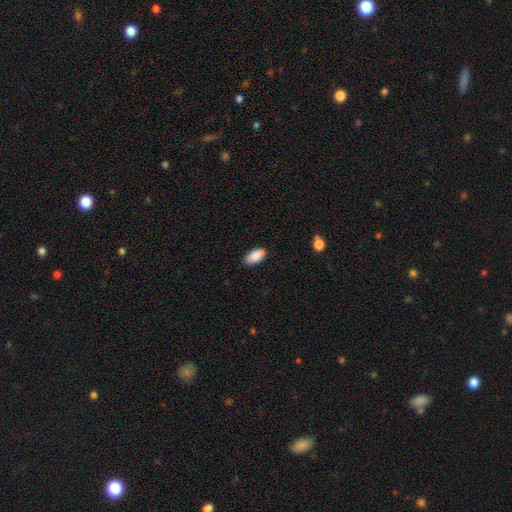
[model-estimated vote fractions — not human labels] Smooth or featured: smooth — 89% (star or artifact — 7%)
How rounded: in between — 93% (cigar-shaped — 4%)
Merging: none — 82% (minor disturbance — 14%)